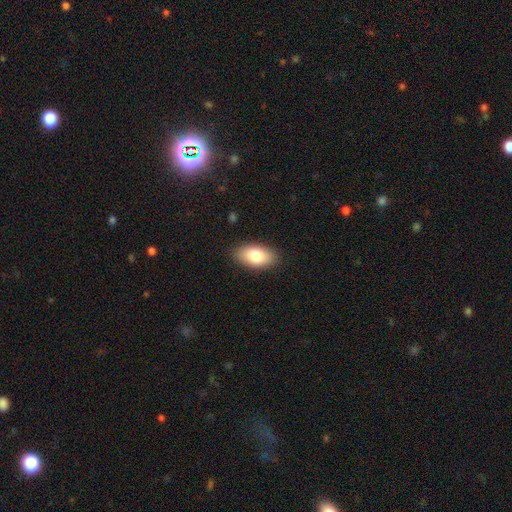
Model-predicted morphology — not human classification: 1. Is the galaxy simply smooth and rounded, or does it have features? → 80% smooth, 13% featured or disk, 7% star or artifact.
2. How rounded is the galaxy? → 93% in between, 4% round, 3% cigar-shaped.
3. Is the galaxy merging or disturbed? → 88% none, 9% minor disturbance, 2% major disturbance, 1% merger.